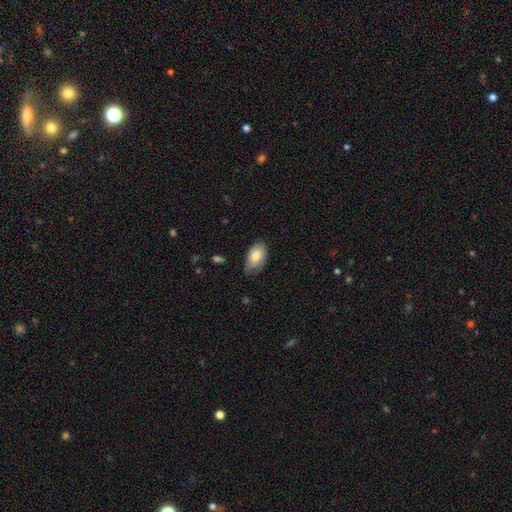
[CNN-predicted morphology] Q: Smooth or featured?
A: smooth (79%); runner-up: featured or disk (15%)
Q: How rounded?
A: in between (92%); runner-up: round (7%)
Q: Merging?
A: none (56%); runner-up: minor disturbance (35%)